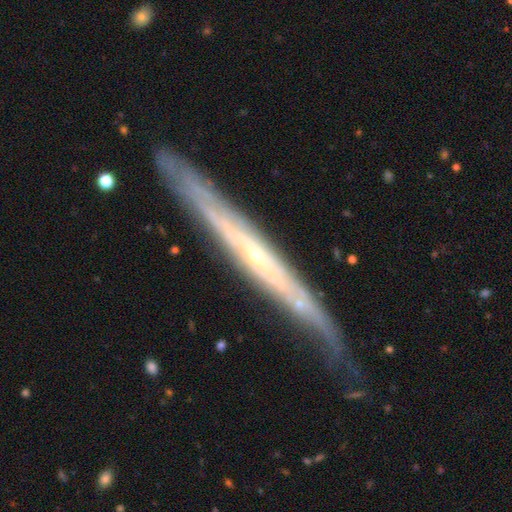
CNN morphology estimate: smooth-or-featured: featured or disk: 80% | smooth: 14% | star or artifact: 5%
  disk-edge-on: yes: 82% | no: 18%
    edge-on-bulge: none: 52% | rounded: 45% | boxy: 3%
  merging: none: 75% | minor disturbance: 19% | major disturbance: 4% | merger: 2%